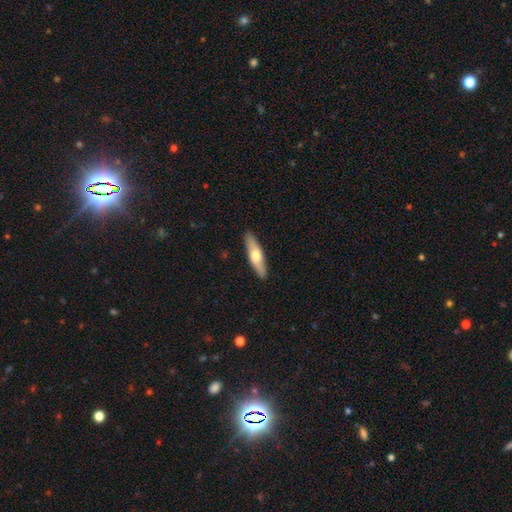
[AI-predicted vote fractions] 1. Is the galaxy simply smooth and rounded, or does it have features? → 51% smooth, 44% featured or disk, 5% star or artifact.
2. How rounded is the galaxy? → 71% cigar-shaped, 27% in between, 2% round.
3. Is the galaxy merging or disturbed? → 90% none, 7% minor disturbance, 1% major disturbance, 1% merger.